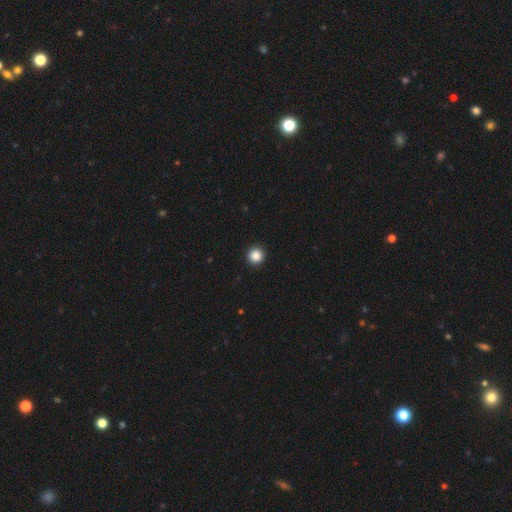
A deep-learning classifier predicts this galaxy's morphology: Smooth or featured? Predicted: smooth (p=0.87). How rounded? Predicted: round (p=0.96). Merging? Predicted: none (p=0.94).